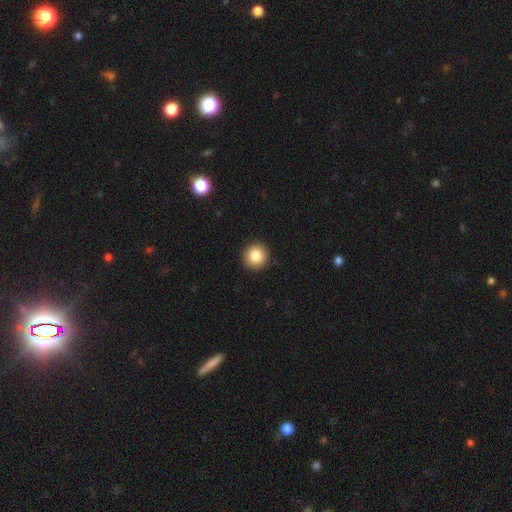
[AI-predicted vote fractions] This is clearly a smooth galaxy (84%). How rounded: clearly round (94%). Merging: clearly none (92%).